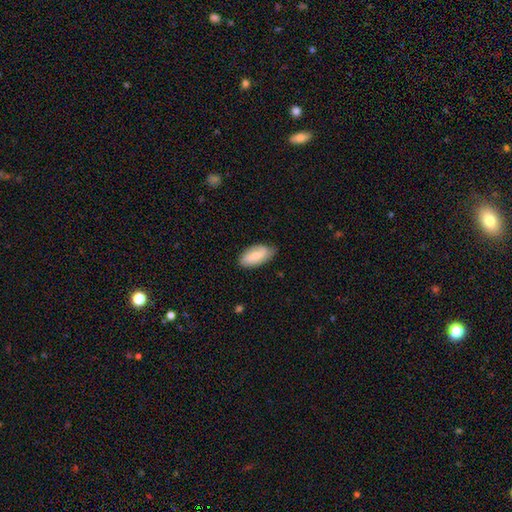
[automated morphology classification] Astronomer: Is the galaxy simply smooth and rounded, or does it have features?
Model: smooth — 53% (runner-up: featured or disk, 41%).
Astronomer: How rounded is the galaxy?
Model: in between — 92%.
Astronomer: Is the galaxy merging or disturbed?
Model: none — 74%.